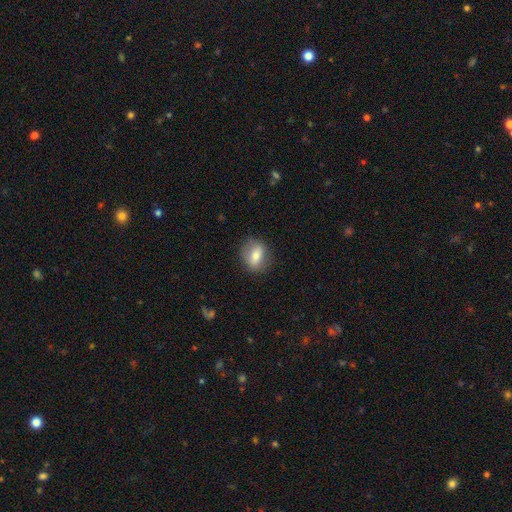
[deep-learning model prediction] Overall: smooth (70%). How rounded: in between (58%; round 40%). Merging: none (80%).